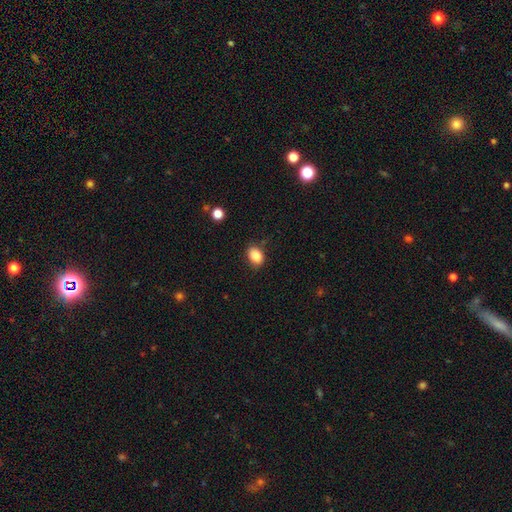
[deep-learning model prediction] A smooth galaxy with no disk features (87%) that is in between round and cigar-shaped (75%).

Vote fractions:
- Smooth or featured? smooth: 87% / star or artifact: 9% / featured or disk: 4%
- How rounded? in between: 75% / round: 24% / cigar-shaped: 1%
- Merging? none: 82% / minor disturbance: 13% / major disturbance: 3% / merger: 2%